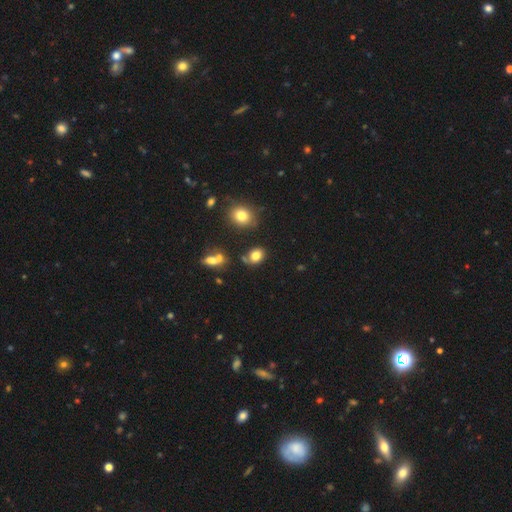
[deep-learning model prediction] This appears to be a smooth galaxy with no disk features (79%) that is in between round and cigar-shaped (55%). Merging: none (69%).